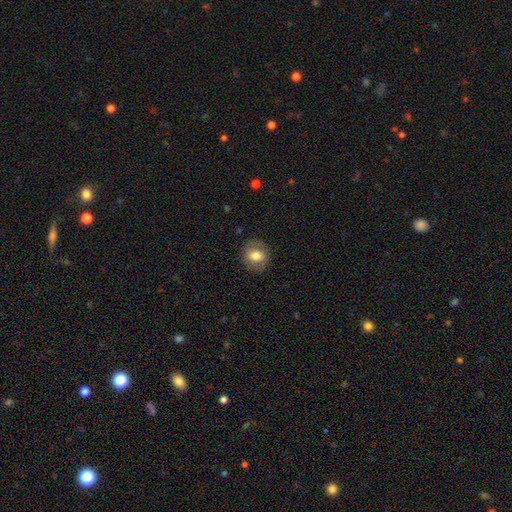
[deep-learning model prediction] smooth_or_featured: smooth (p=0.71) [alt: featured or disk p=0.21]
how_rounded: round (p=0.62) [alt: in between p=0.36]
merging: none (p=0.83) [alt: minor disturbance p=0.12]